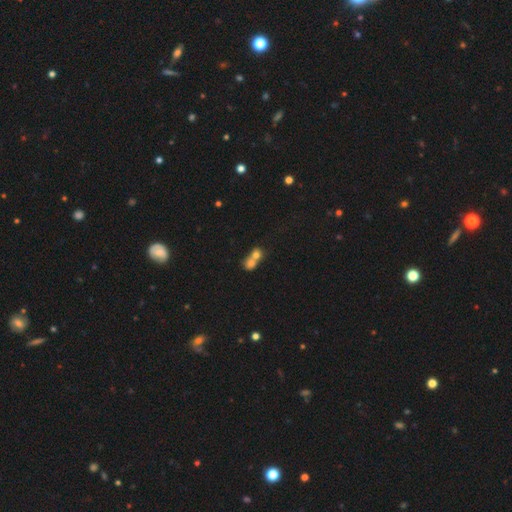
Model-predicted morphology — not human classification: smooth_or_featured: smooth (p=0.72) [alt: featured or disk p=0.16]
how_rounded: round (p=0.70) [alt: in between p=0.28]
merging: merger (p=0.73) [alt: none p=0.20]